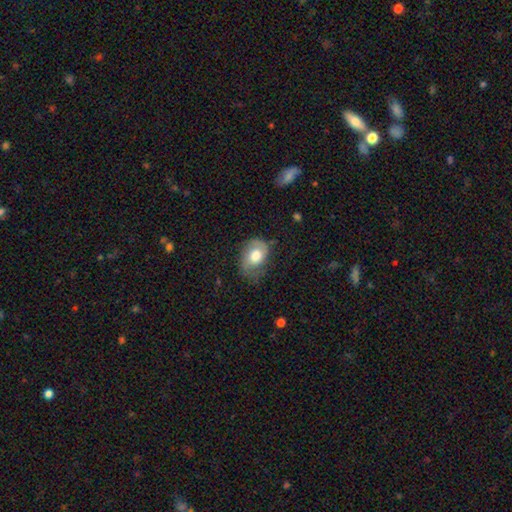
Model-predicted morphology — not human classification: smooth_or_featured: smooth (p=0.59) [alt: featured or disk p=0.34]
how_rounded: in between (p=0.69) [alt: round p=0.29]
merging: none (p=0.46) [alt: minor disturbance p=0.34]